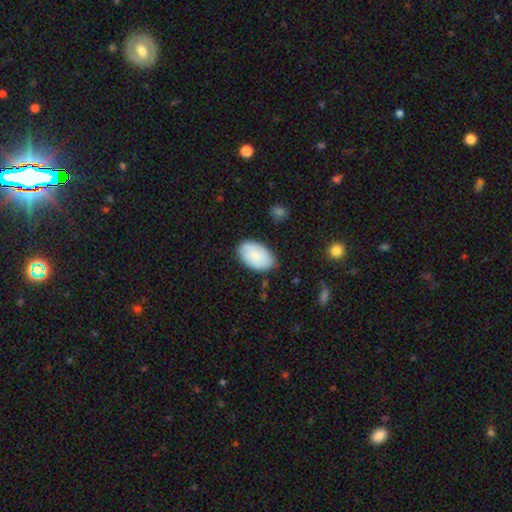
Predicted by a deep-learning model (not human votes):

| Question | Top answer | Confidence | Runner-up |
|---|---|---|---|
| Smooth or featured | smooth | 75% | featured or disk (19%) |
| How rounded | in between | 92% | round (7%) |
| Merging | none | 77% | minor disturbance (18%) |